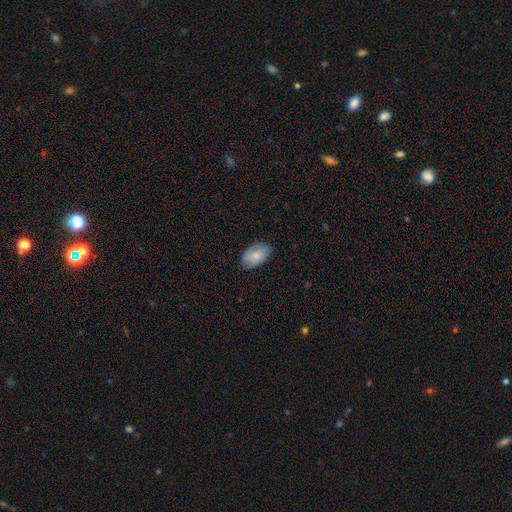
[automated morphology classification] Smooth or featured? smooth (81%)
How rounded? in between (93%)
Merging? none (82%)